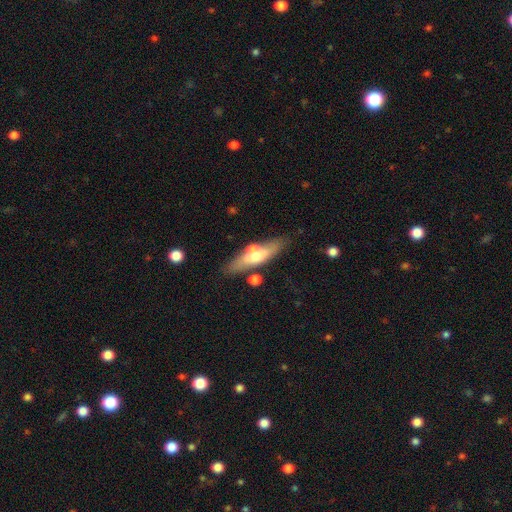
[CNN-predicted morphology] A smooth galaxy with no disk features (53%) that is cigar-shaped (61%). Merging: none (70%).